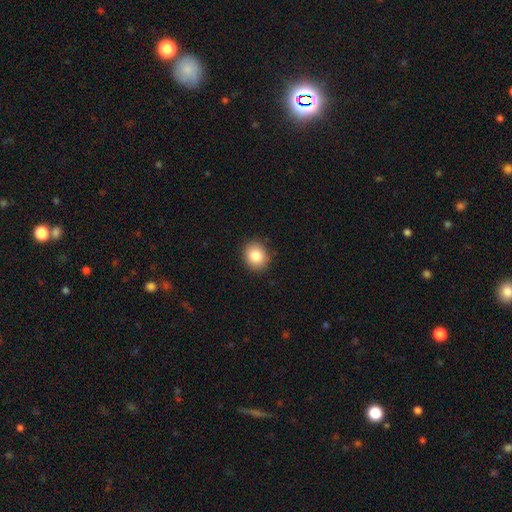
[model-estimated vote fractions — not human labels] Overall: smooth (83%). How rounded: round (70%). Merging: none (88%).